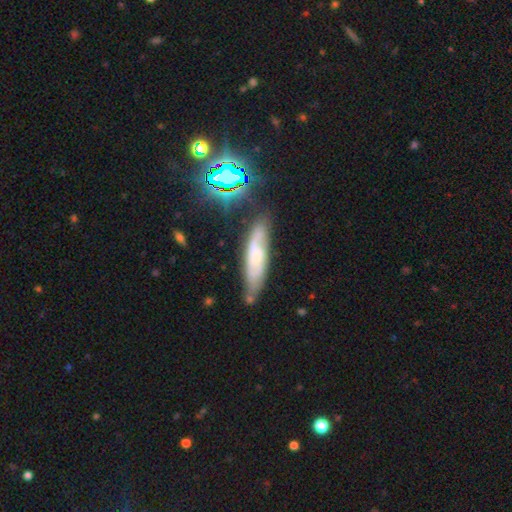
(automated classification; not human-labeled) Morphology: type=featured or disk (52%); edge-on=no (60%); merging=none (66%).